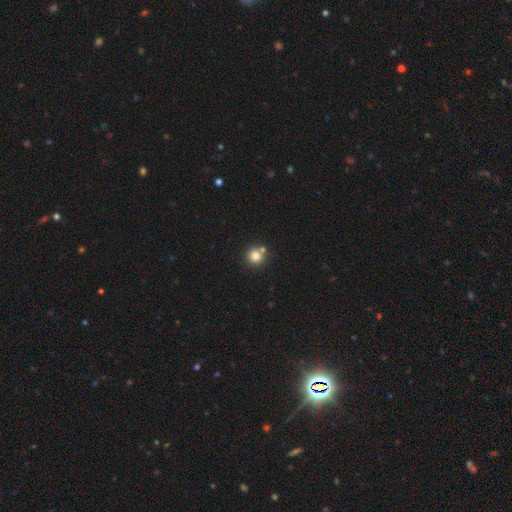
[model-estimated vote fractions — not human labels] This is clearly a smooth galaxy (81%). How rounded: clearly round (93%). Merging: likely none (72%).